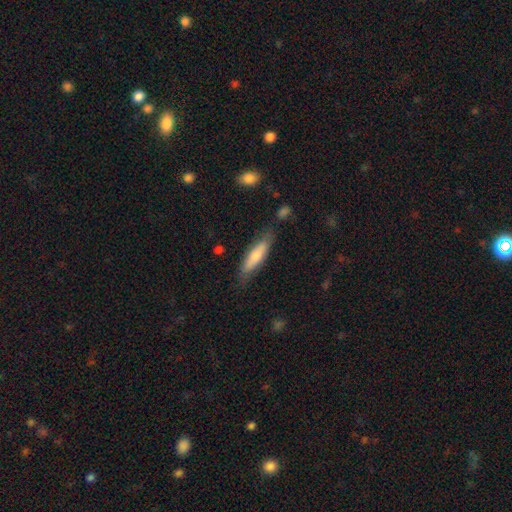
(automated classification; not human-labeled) Smooth or featured? smooth (71%)
How rounded? cigar-shaped (69%)
Merging? none (74%)